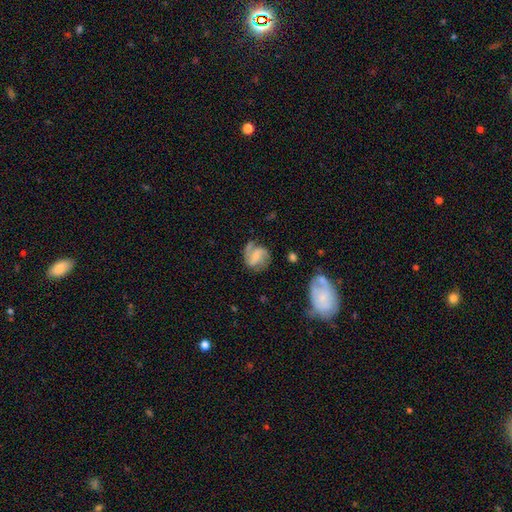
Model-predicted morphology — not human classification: Smooth or featured? featured or disk (72%)
Edge-on disk? no (97%)
Bar? weak (47%)
Spiral arms? yes (93%)
Spiral winding? medium (46%)
Spiral arm count? 2 (66%)
Bulge size? small (47%)
Merging? none (62%)